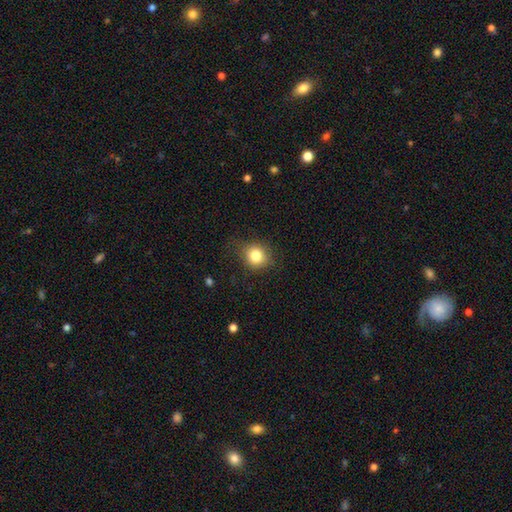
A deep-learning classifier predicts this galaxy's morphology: Overall: smooth (81%). How rounded: round (83%). Merging: none (79%).